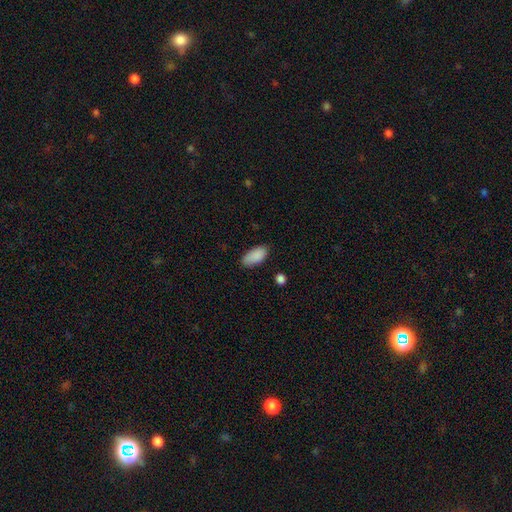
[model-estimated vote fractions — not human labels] smooth_or_featured: smooth (p=0.89) [alt: star or artifact p=0.07]
how_rounded: in between (p=0.92) [alt: cigar-shaped p=0.06]
merging: none (p=0.79) [alt: minor disturbance p=0.16]